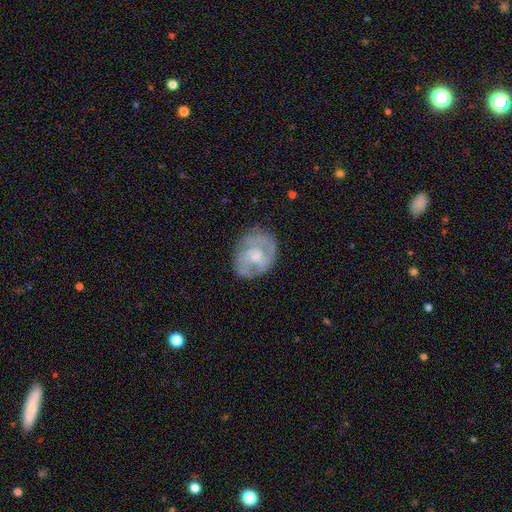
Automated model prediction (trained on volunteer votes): Smooth or featured? Predicted: featured or disk (p=0.64). Edge-on disk? Predicted: no (p=0.97). Bar? Predicted: no (p=0.62). Spiral arms? Predicted: yes (p=0.68). Bulge size? Predicted: moderate (p=0.46). Merging? Predicted: none (p=0.66).